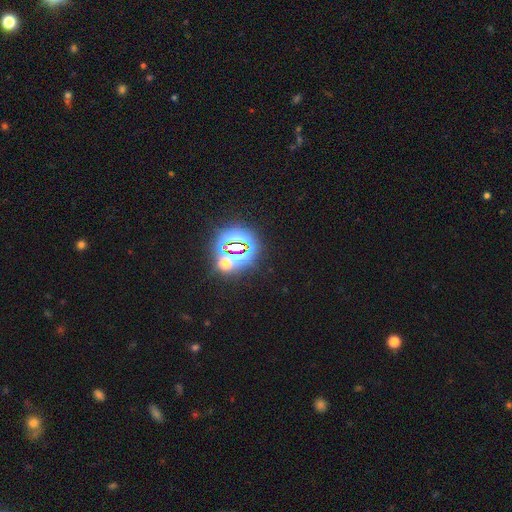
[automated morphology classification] Overall: star or artifact (80%).